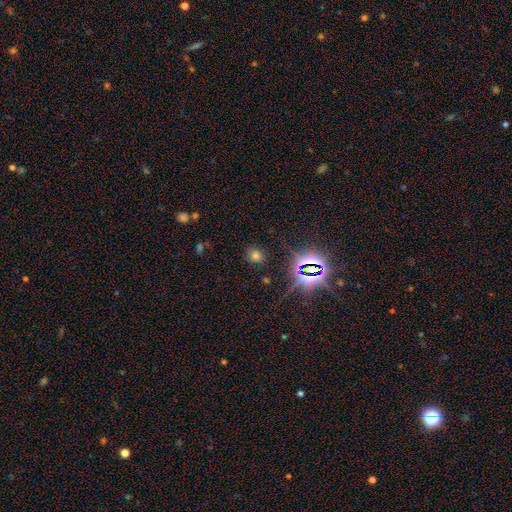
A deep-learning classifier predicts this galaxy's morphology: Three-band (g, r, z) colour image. It shows a smooth galaxy with no disk features (60%) that is round (74%). Merging: none (86%).